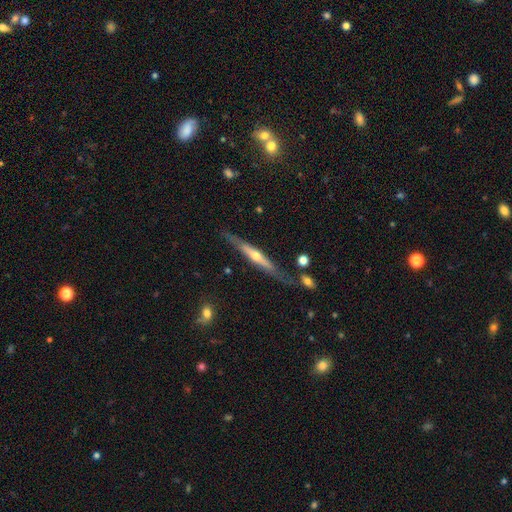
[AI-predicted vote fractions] featured or disk 69%, smooth 25%, star or artifact 6%. Down the decision tree: edge-on disk — yes (94%); edge-on bulge — rounded (78%); merging — none (75%).